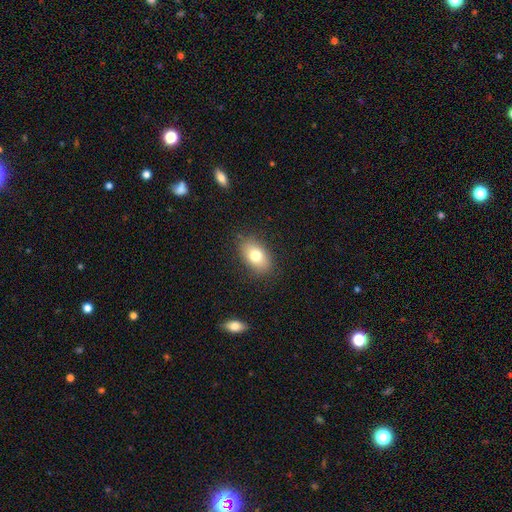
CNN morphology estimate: Smooth or featured: smooth — 77% (featured or disk — 15%)
How rounded: in between — 89% (round — 10%)
Merging: none — 85% (minor disturbance — 11%)